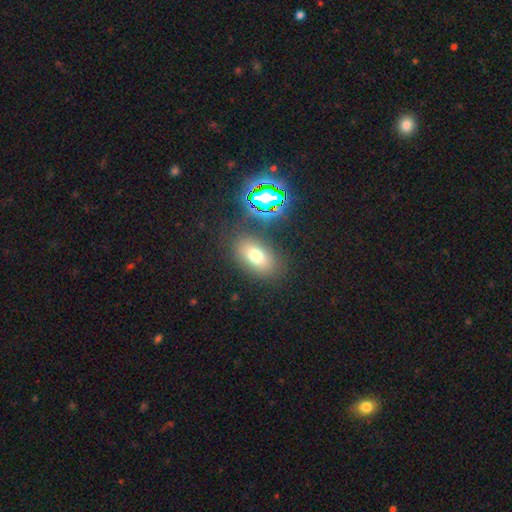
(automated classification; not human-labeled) smooth-or-featured: smooth: 68% | star or artifact: 18% | featured or disk: 14%
  how-rounded: in between: 83% | round: 14% | cigar-shaped: 3%
  merging: none: 82% | minor disturbance: 10% | major disturbance: 4% | merger: 3%